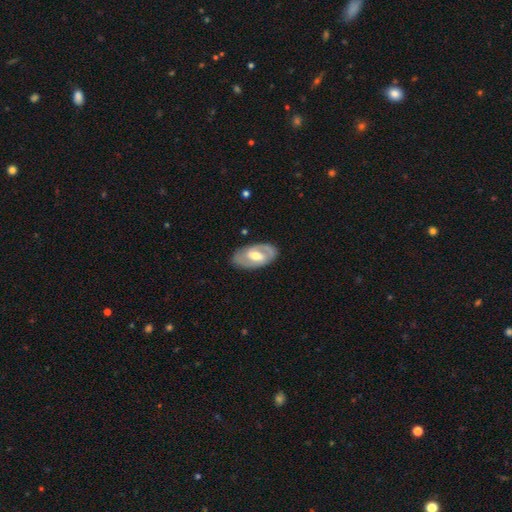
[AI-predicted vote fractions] Smooth or featured? Predicted: featured or disk (p=0.69). Edge-on disk? Predicted: no (p=0.93). Bar? Predicted: weak (p=0.45). Spiral arms? Predicted: yes (p=0.64). Bulge size? Predicted: moderate (p=0.66). Merging? Predicted: none (p=0.83).